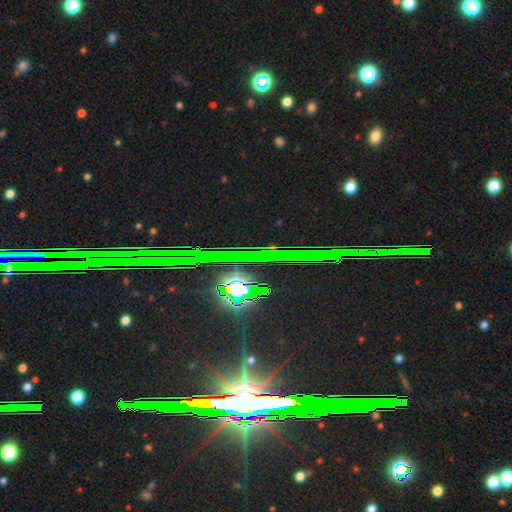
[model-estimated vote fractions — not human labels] smooth_or_featured: star or artifact (p=0.83) [alt: featured or disk p=0.10]